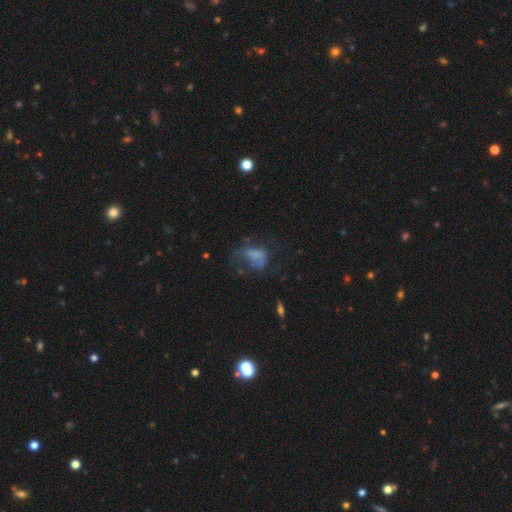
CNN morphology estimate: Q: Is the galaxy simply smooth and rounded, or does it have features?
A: smooth — 53%.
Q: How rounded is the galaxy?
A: in between — 78%.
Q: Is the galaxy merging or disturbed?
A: major disturbance — 46%.